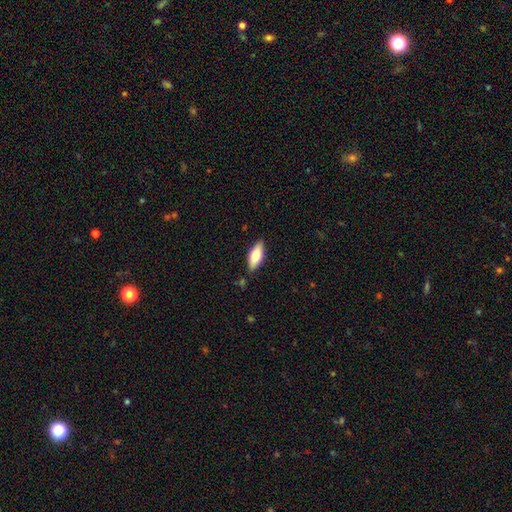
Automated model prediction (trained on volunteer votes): Smooth or featured: smooth — 68% (featured or disk — 26%)
How rounded: in between — 70% (cigar-shaped — 28%)
Merging: none — 85% (minor disturbance — 11%)